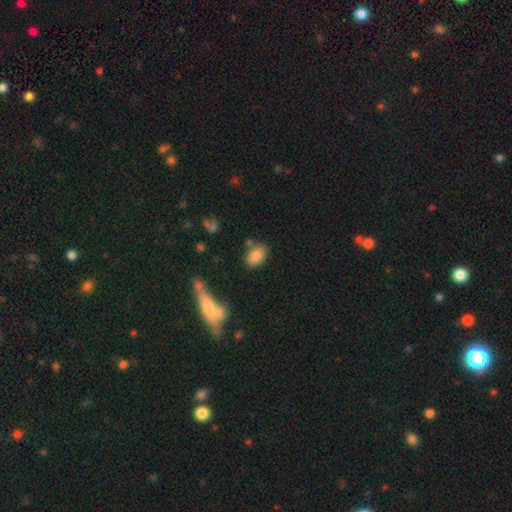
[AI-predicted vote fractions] A smooth galaxy with no disk features (84%) that is in between round and cigar-shaped (87%). Merging: none (76%).